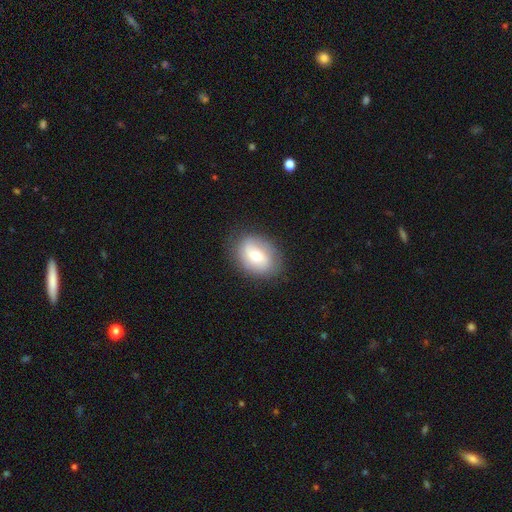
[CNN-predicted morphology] smooth 60%, featured or disk 32%, star or artifact 8%. Down the decision tree: how rounded — in between (70%); merging — none (80%).